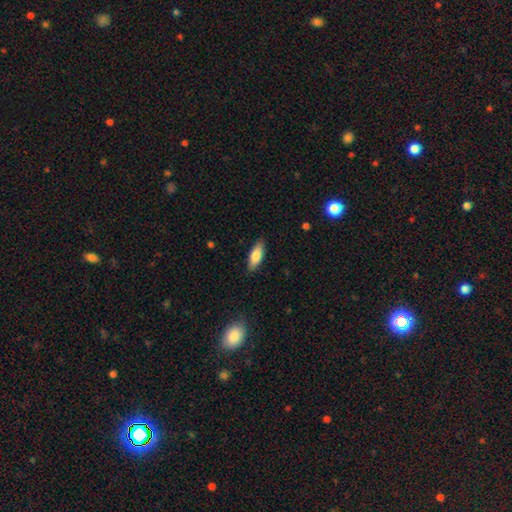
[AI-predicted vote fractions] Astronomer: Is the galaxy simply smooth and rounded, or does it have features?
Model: smooth — 82%.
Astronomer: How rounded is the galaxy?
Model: in between — 70%.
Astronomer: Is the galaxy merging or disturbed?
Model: none — 86%.